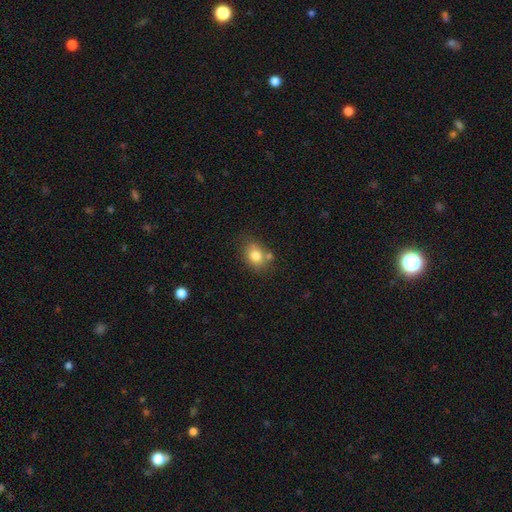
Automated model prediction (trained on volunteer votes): A smooth galaxy with no disk features (79%) that is in between round and cigar-shaped (58%). Merging: none (63%).